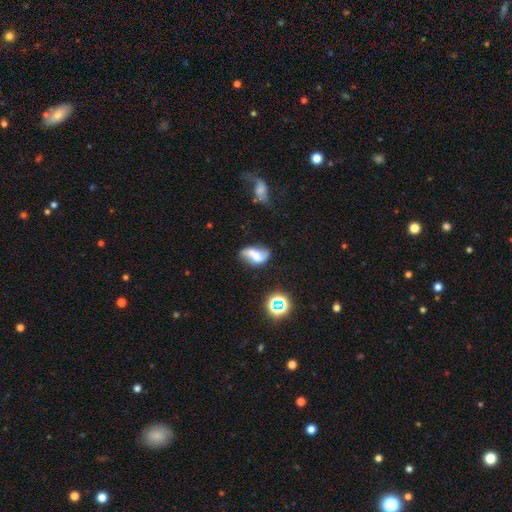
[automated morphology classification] This is likely a featured or disk galaxy (61%). It is clearly not viewed edge-on (95%). Bar: possibly no (46%). Spiral arm pattern: likely yes (80%). Central bulge: possibly moderate (47%). Merging: possibly none (51%).